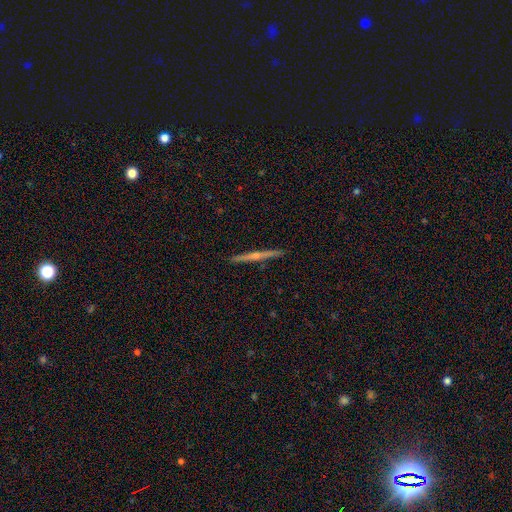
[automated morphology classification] Q: Smooth or featured?
A: featured or disk (70%); runner-up: smooth (24%)
Q: Edge-on disk?
A: yes (98%); runner-up: no (2%)
Q: Edge-on bulge?
A: rounded (66%); runner-up: none (28%)
Q: Merging?
A: none (92%); runner-up: minor disturbance (5%)